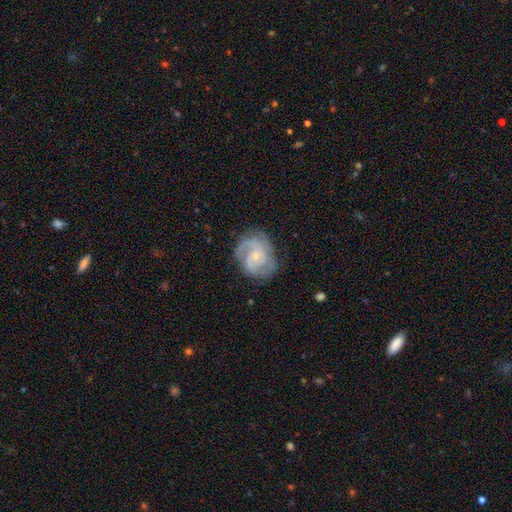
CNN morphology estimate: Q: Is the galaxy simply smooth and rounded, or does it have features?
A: featured or disk — 79%.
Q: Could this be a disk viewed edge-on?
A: no — 98%.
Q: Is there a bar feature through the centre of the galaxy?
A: no — 65%.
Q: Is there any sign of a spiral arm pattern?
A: yes — 93%.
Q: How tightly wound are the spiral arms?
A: medium — 45%.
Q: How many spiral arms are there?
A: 2 — 36%.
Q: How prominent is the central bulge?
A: small — 72%.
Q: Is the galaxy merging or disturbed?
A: none — 65%.